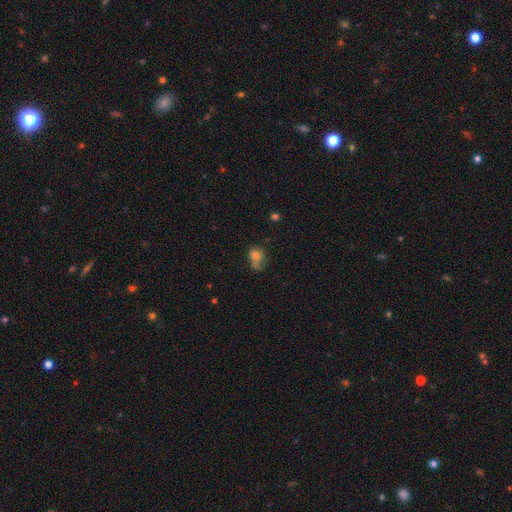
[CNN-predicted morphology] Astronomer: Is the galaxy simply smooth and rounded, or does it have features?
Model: smooth — 73%.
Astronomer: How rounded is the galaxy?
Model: in between — 54% (runner-up: round, 45%).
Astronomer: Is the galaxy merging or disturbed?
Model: none — 33% (runner-up: minor disturbance, 26%).